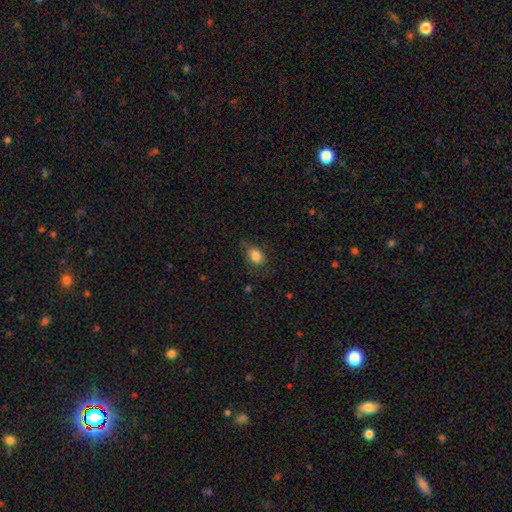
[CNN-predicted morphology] Q: Smooth or featured?
A: smooth (83%); runner-up: star or artifact (9%)
Q: How rounded?
A: in between (67%); runner-up: round (32%)
Q: Merging?
A: none (65%); runner-up: minor disturbance (25%)